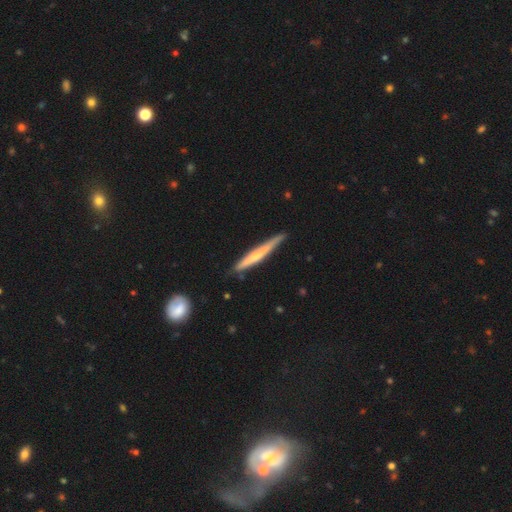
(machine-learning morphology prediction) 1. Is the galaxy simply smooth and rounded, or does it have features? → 49% smooth, 46% featured or disk, 5% star or artifact.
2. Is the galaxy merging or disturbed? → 78% none, 18% minor disturbance, 2% major disturbance, 2% merger.